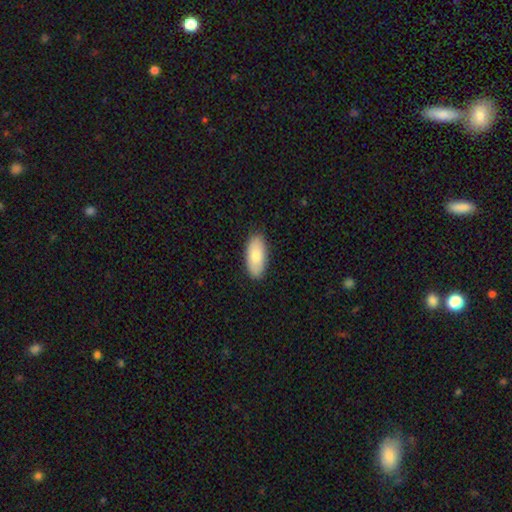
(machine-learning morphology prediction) Smooth or featured: smooth — 84% (featured or disk — 10%)
How rounded: in between — 89% (cigar-shaped — 9%)
Merging: none — 88% (minor disturbance — 10%)